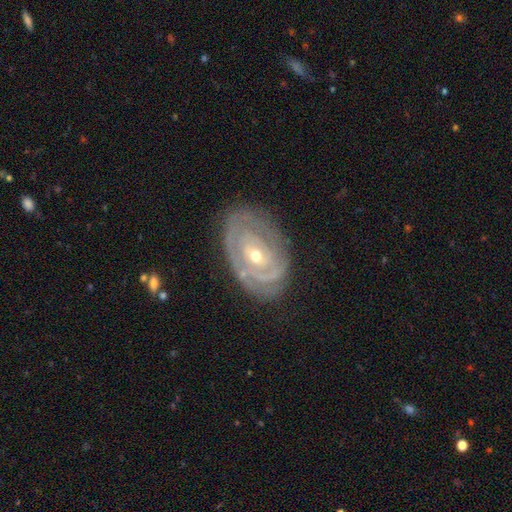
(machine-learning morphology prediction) Q: Smooth or featured?
A: featured or disk (84%); runner-up: smooth (10%)
Q: Edge-on disk?
A: no (95%); runner-up: yes (5%)
Q: Bar?
A: no (61%); runner-up: weak (27%)
Q: Spiral arms?
A: yes (87%); runner-up: no (13%)
Q: Spiral winding?
A: tight (78%); runner-up: medium (17%)
Q: Spiral arm count?
A: can't tell (39%); runner-up: 2 (28%)
Q: Bulge size?
A: small (53%); runner-up: moderate (44%)
Q: Merging?
A: none (75%); runner-up: minor disturbance (17%)